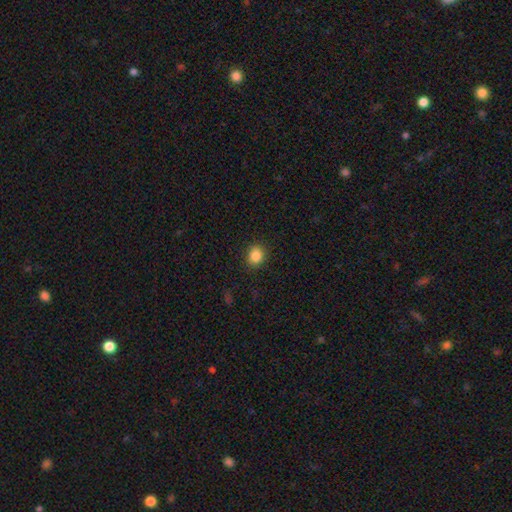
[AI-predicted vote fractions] smooth 86%, star or artifact 10%, featured or disk 4%. Down the decision tree: how rounded — round (73%); merging — none (90%).